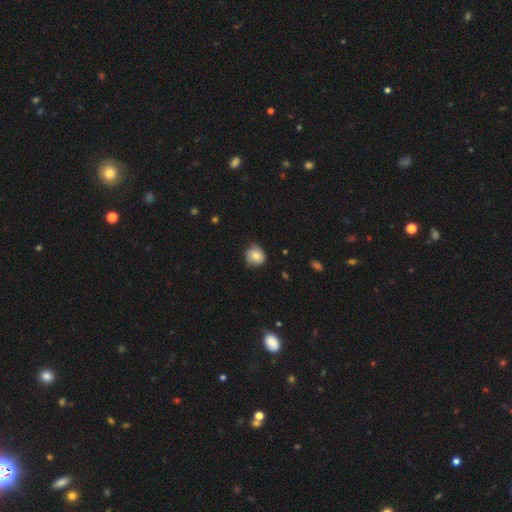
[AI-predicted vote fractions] The model was most divided on "merging": none: 58%, minor disturbance: 32%, major disturbance: 9%, merger: 1%. More confident: how rounded — round (73%); smooth or featured — smooth (63%).